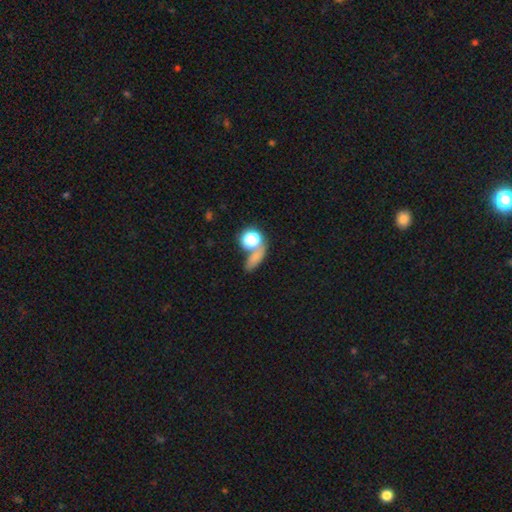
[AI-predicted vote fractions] Smooth or featured? smooth (64%)
How rounded? in between (44%)
Merging? none (52%)